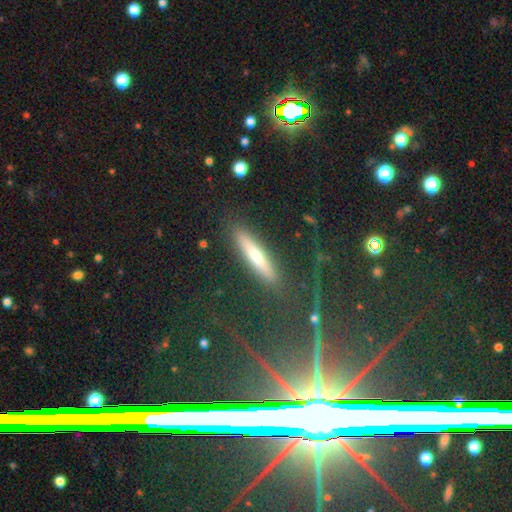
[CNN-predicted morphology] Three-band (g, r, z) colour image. It shows a smooth galaxy with no disk features (55%) that is cigar-shaped (87%). Merging: none (87%).